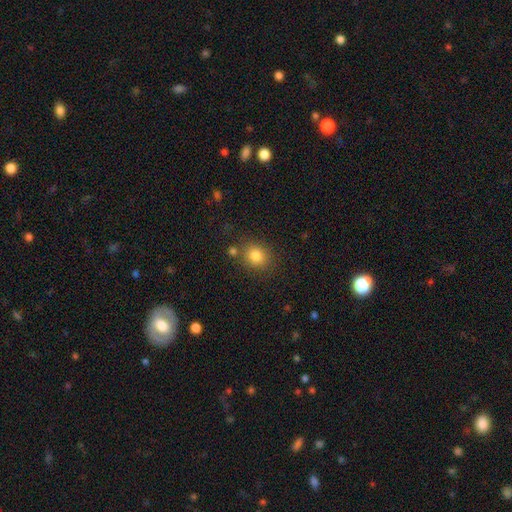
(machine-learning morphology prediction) Smooth or featured? smooth (82%)
How rounded? round (68%)
Merging? none (76%)